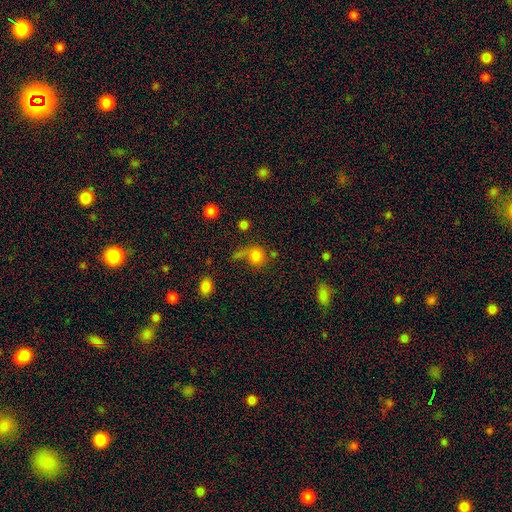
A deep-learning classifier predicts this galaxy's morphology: This appears to be a smooth galaxy with no disk features (78%) that is round (82%). Merging: none (51%).